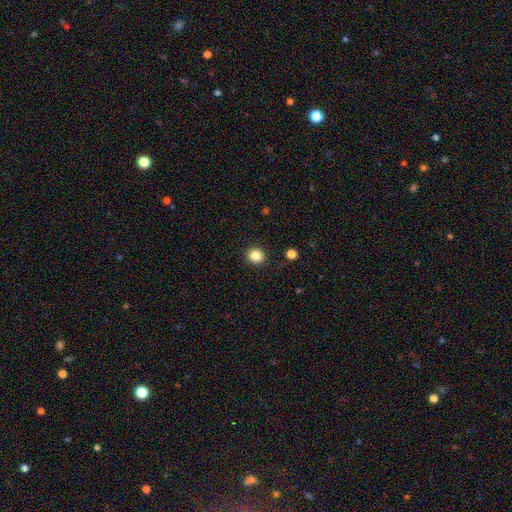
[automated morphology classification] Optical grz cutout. It shows a smooth galaxy with no disk features (84%) that is round (81%). Merging: none (91%).